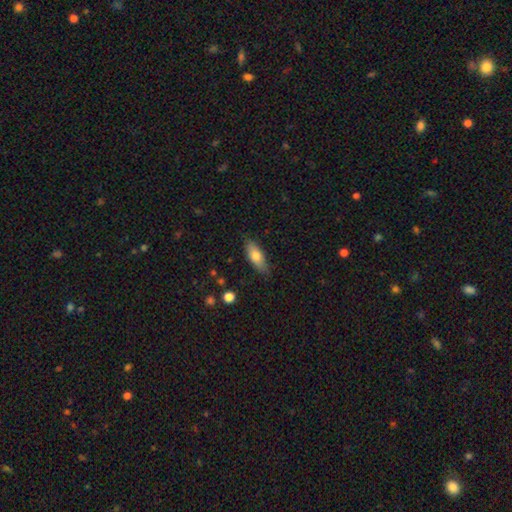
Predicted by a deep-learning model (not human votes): A smooth galaxy with no disk features (72%) that is in between round and cigar-shaped (69%).

Vote fractions:
- Smooth or featured? smooth: 72% / featured or disk: 22% / star or artifact: 6%
- How rounded? in between: 69% / cigar-shaped: 28% / round: 3%
- Merging? none: 80% / minor disturbance: 16% / major disturbance: 3% / merger: 1%